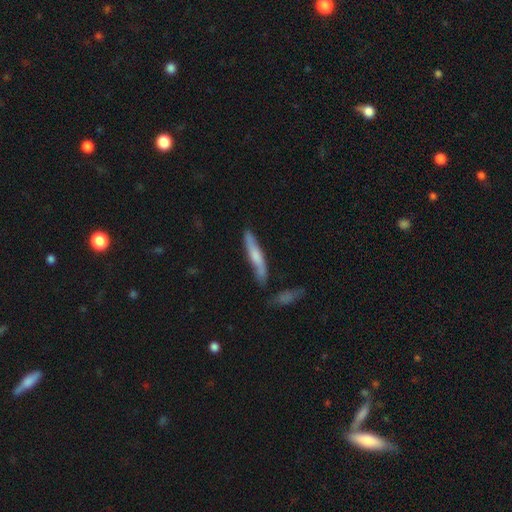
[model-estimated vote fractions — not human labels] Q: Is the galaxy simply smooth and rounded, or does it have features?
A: smooth — 56%.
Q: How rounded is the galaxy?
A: cigar-shaped — 91%.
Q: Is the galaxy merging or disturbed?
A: none — 71%.